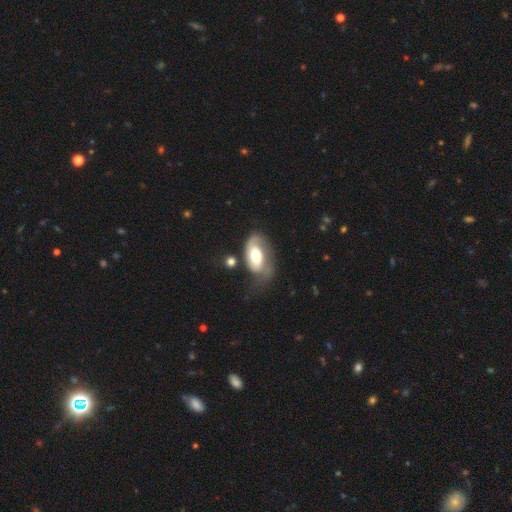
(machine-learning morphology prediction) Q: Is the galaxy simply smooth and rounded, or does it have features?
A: featured or disk — 56%.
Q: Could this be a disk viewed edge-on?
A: no — 94%.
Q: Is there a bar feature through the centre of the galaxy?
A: no — 58%.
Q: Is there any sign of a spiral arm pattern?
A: yes — 78%.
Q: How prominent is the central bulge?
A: moderate — 45%.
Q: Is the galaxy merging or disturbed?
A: none — 33%.